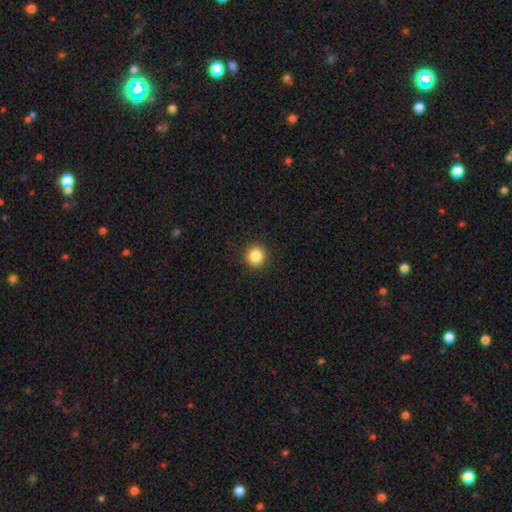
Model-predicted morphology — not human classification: type=smooth (87%); roundness=round (92%); merging=none (92%).